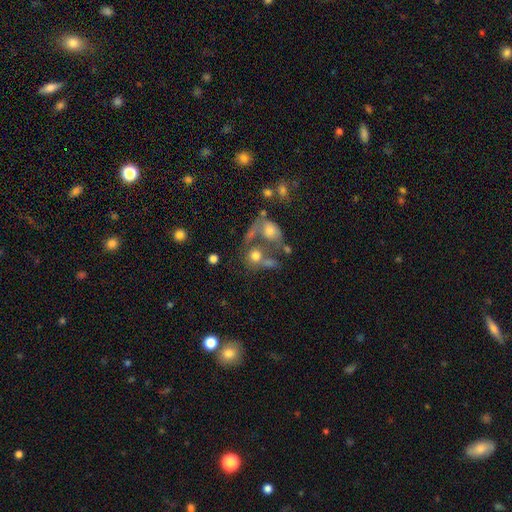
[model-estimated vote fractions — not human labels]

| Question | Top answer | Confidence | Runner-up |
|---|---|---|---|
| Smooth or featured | smooth | 64% | featured or disk (24%) |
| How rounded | round | 66% | in between (32%) |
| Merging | merger | 49% | none (27%) |